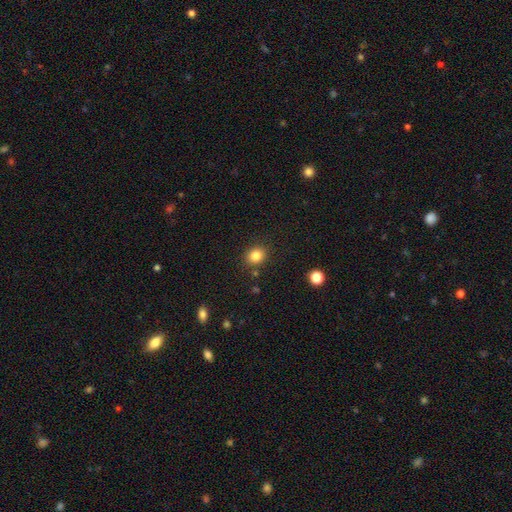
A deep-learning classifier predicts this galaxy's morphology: Q: Smooth or featured?
A: smooth (84%); runner-up: star or artifact (11%)
Q: How rounded?
A: round (64%); runner-up: in between (35%)
Q: Merging?
A: none (85%); runner-up: minor disturbance (9%)